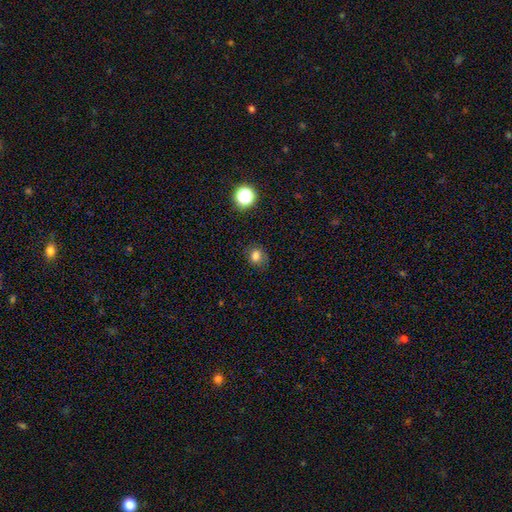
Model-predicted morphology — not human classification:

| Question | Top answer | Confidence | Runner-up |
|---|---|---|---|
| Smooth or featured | smooth | 78% | star or artifact (16%) |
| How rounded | round | 67% | in between (32%) |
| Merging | none | 78% | minor disturbance (16%) |